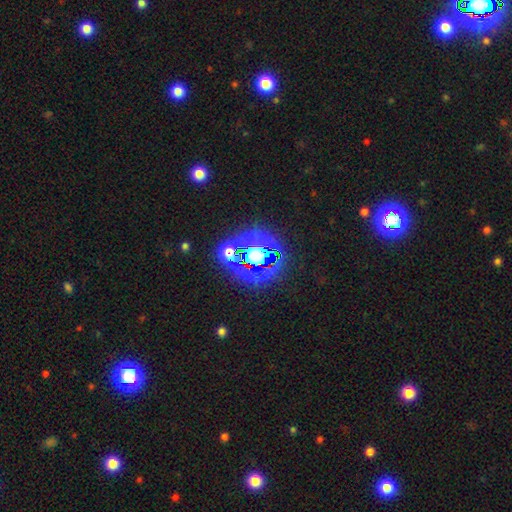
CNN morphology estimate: The model was most divided on "smooth or featured": star or artifact: 76%, smooth: 15%, featured or disk: 10%.